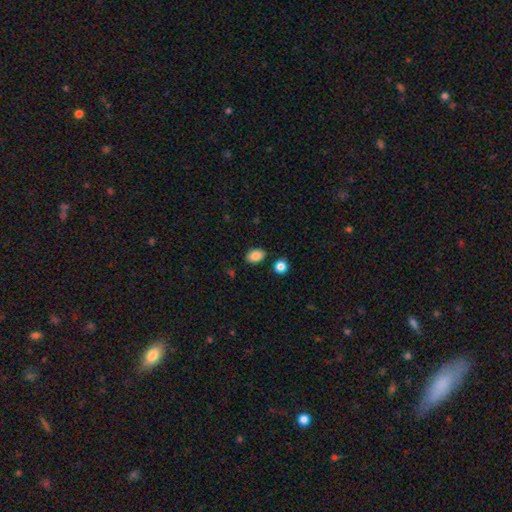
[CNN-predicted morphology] Smooth or featured? smooth (86%)
How rounded? in between (82%)
Merging? none (84%)